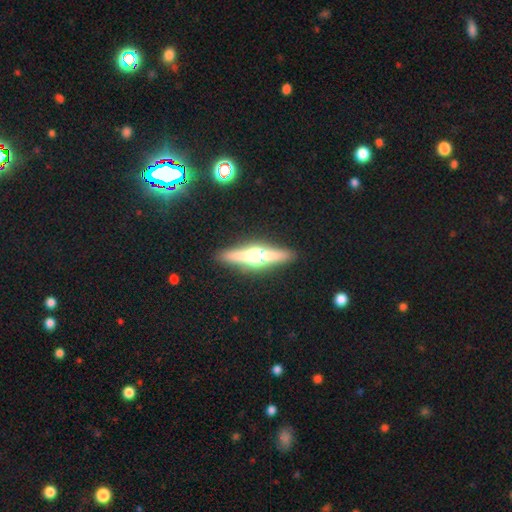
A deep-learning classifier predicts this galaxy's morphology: The model was most divided on "smooth or featured": featured or disk: 73%, smooth: 20%, star or artifact: 7%. More confident: edge-on disk — yes (96%); edge-on bulge — rounded (96%); merging — none (89%).